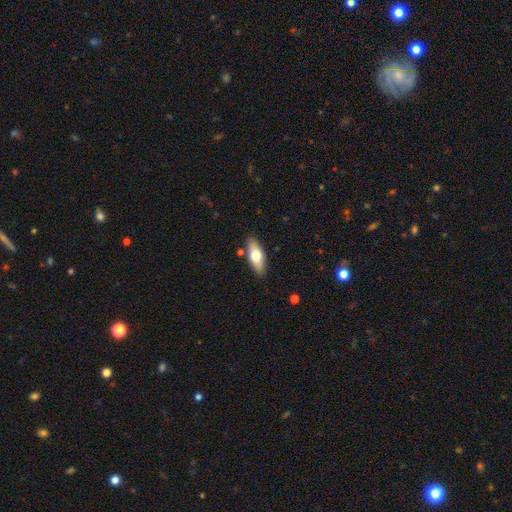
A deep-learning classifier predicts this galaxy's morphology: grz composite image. It shows a smooth galaxy with no disk features (65%) that is in between round and cigar-shaped (77%). Merging: none (86%).